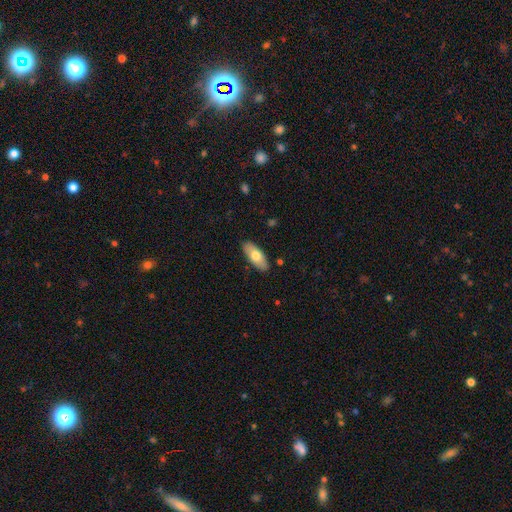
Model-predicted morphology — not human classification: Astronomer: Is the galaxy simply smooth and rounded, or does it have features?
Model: smooth — 70%.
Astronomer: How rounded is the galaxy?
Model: in between — 84%.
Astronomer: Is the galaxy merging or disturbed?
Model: none — 88%.